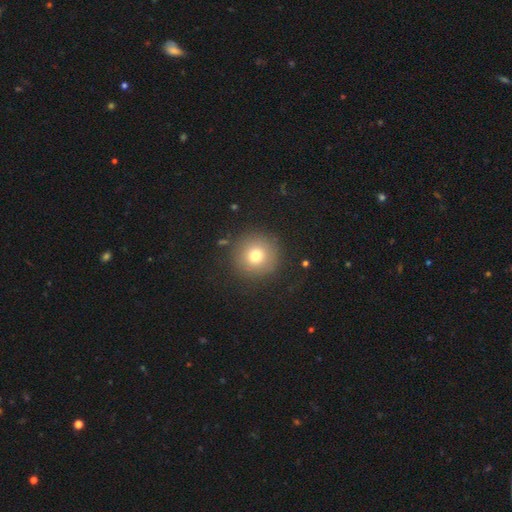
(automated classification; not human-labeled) Smooth or featured?
  - smooth: 74% *
  - star or artifact: 14%
  - featured or disk: 12%
How rounded?
  - round: 96% *
  - in between: 3%
  - cigar-shaped: 1%
Merging?
  - none: 88% *
  - minor disturbance: 7%
  - major disturbance: 3%
  - merger: 2%